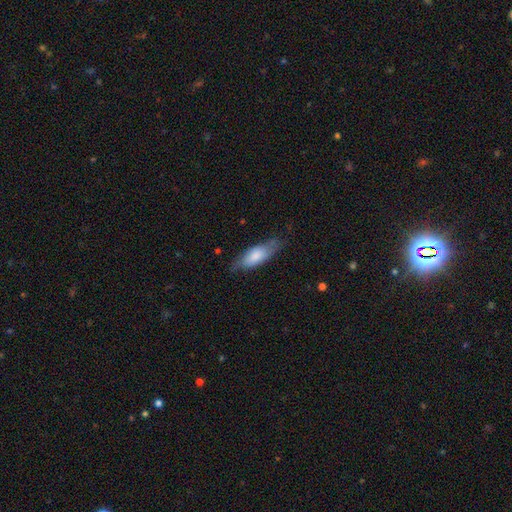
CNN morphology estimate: smooth-or-featured: smooth: 72% | featured or disk: 22% | star or artifact: 6%
  how-rounded: in between: 67% | cigar-shaped: 31% | round: 2%
  merging: none: 67% | minor disturbance: 25% | major disturbance: 7% | merger: 1%